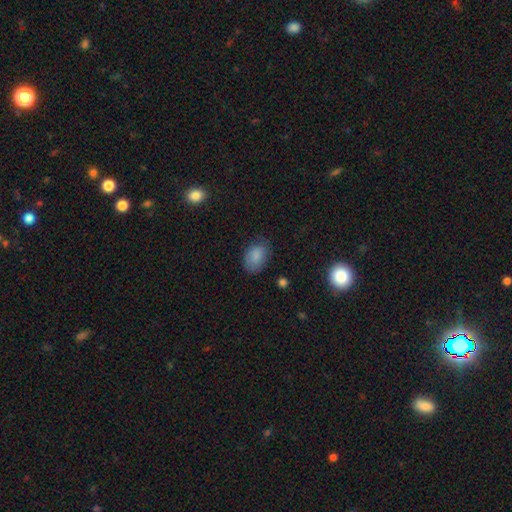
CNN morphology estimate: Smooth or featured: smooth — 85% (star or artifact — 9%)
How rounded: in between — 84% (round — 15%)
Merging: none — 74% (minor disturbance — 20%)